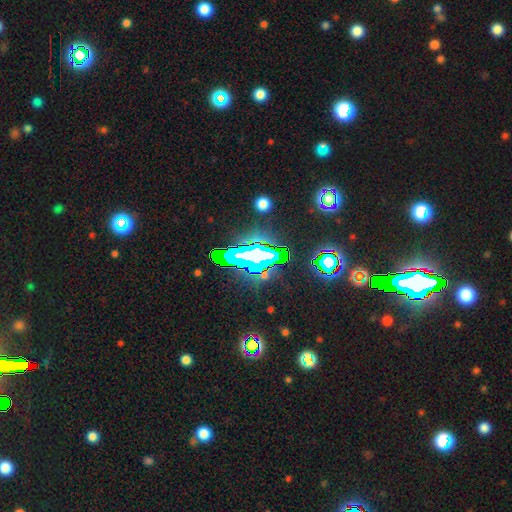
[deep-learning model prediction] Q: Smooth or featured?
A: star or artifact (63%); runner-up: featured or disk (21%)